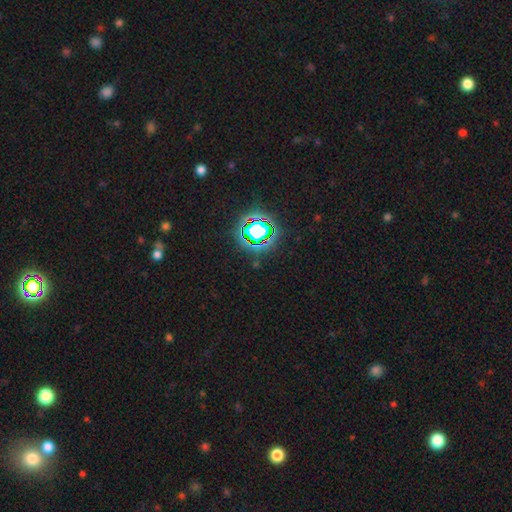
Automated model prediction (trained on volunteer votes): smooth-or-featured: star or artifact: 80% | smooth: 13% | featured or disk: 7%